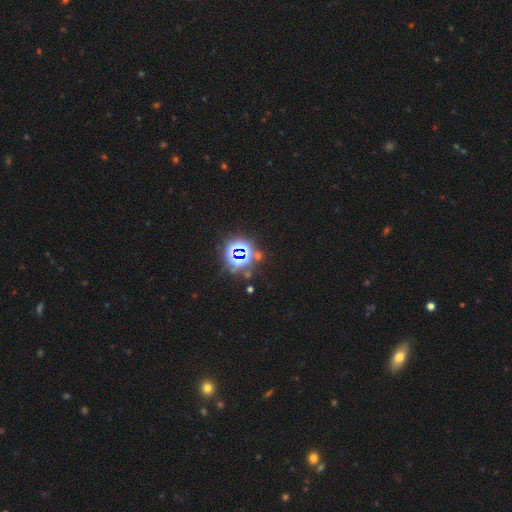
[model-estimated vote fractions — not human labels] Smooth or featured? Predicted: star or artifact (p=0.80).